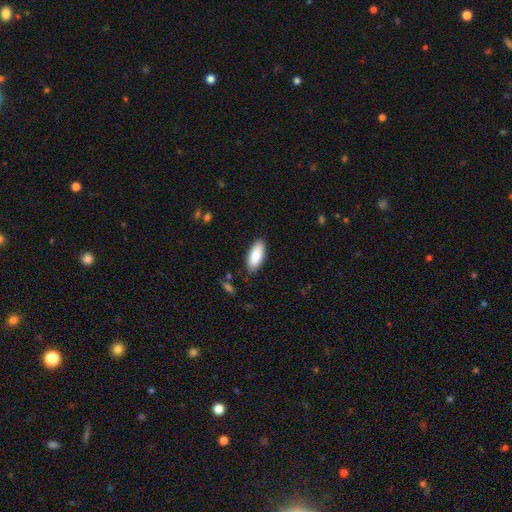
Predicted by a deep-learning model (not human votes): This is clearly a smooth galaxy (88%). How rounded: clearly in between (86%). Merging: clearly none (86%).